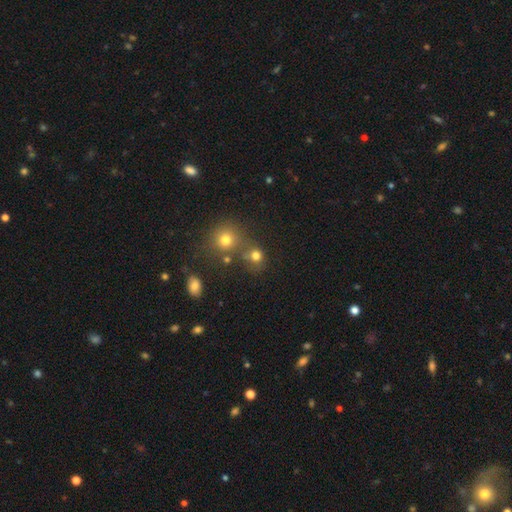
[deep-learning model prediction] smooth 75%, star or artifact 17%, featured or disk 8%. Down the decision tree: how rounded — round (81%); merging — none (55%).